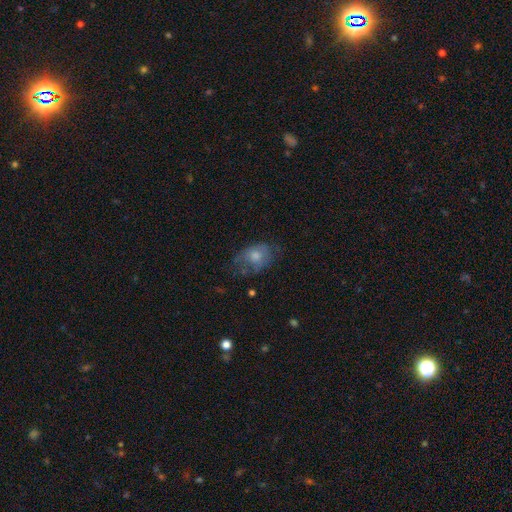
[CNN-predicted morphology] type=smooth (53%); roundness=in between (73%); merging=none (55%).